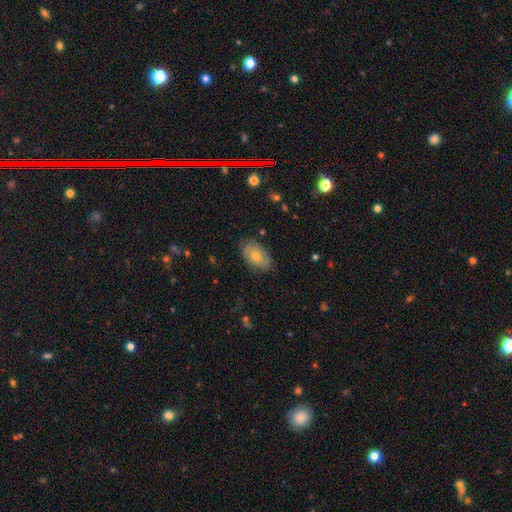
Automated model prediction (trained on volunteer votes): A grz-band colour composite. It shows a smooth galaxy with no disk features (58%) that is in between round and cigar-shaped (91%). Merging: none (77%).